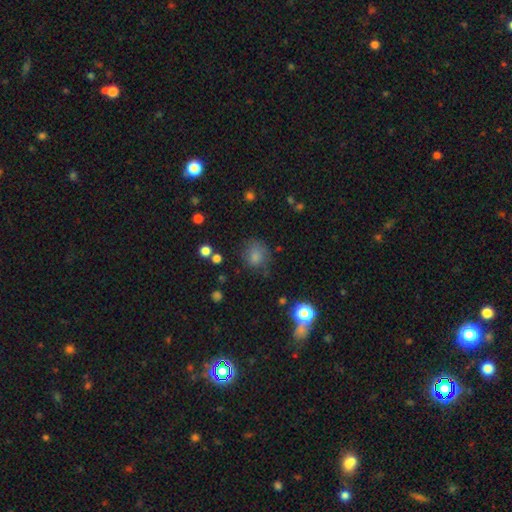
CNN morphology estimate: smooth-or-featured: smooth: 76% | star or artifact: 14% | featured or disk: 10%
  how-rounded: round: 75% | in between: 24% | cigar-shaped: 1%
  merging: none: 63% | minor disturbance: 23% | major disturbance: 11% | merger: 3%